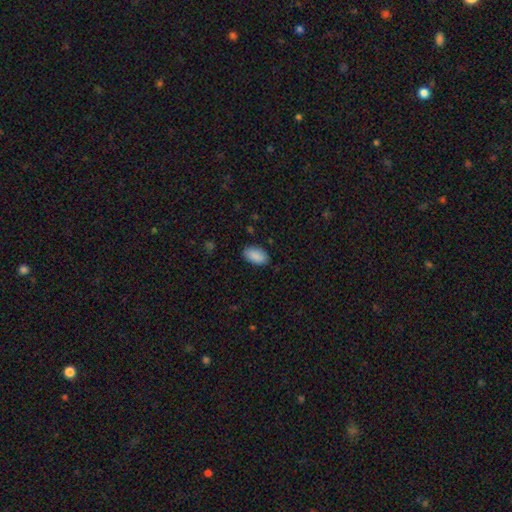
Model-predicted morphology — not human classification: smooth_or_featured: smooth (p=0.90) [alt: star or artifact p=0.07]
how_rounded: in between (p=0.94) [alt: round p=0.04]
merging: none (p=0.85) [alt: minor disturbance p=0.12]